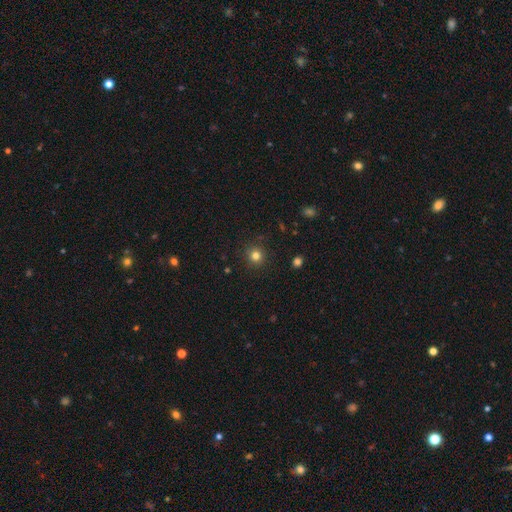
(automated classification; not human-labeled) A smooth galaxy with no disk features (80%) that is round (94%).

Vote fractions:
- Smooth or featured? smooth: 80% / star or artifact: 15% / featured or disk: 5%
- How rounded? round: 94% / in between: 5% / cigar-shaped: 1%
- Merging? none: 90% / minor disturbance: 6% / major disturbance: 2% / merger: 1%